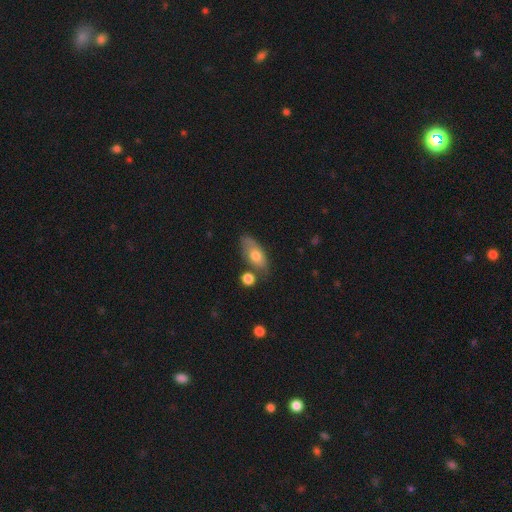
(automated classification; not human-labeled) Smooth or featured? Predicted: smooth (p=0.69). How rounded? Predicted: in between (p=0.86). Merging? Predicted: none (p=0.59).